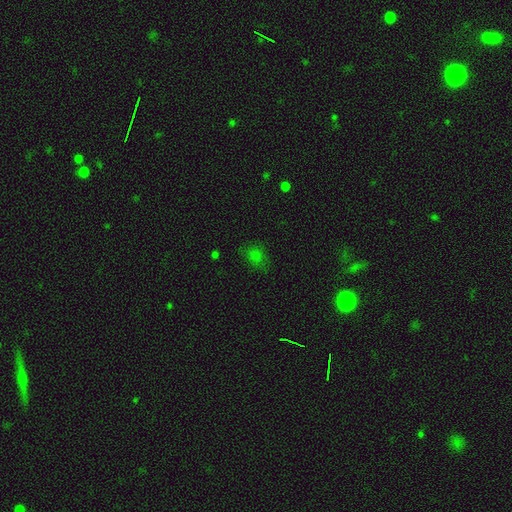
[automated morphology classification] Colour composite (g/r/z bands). It shows a smooth galaxy with no disk features (71%) that is round (52%). Merging: none (70%).